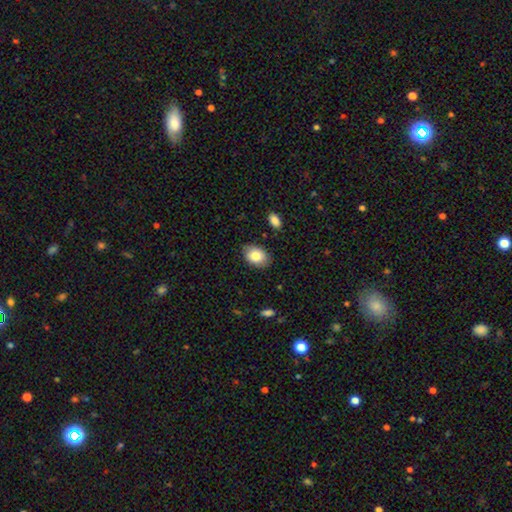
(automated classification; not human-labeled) A smooth galaxy with no disk features (81%) that is in between round and cigar-shaped (79%).

Vote fractions:
- Smooth or featured? smooth: 81% / featured or disk: 11% / star or artifact: 7%
- How rounded? in between: 79% / round: 20% / cigar-shaped: 1%
- Merging? none: 84% / minor disturbance: 12% / major disturbance: 2% / merger: 2%